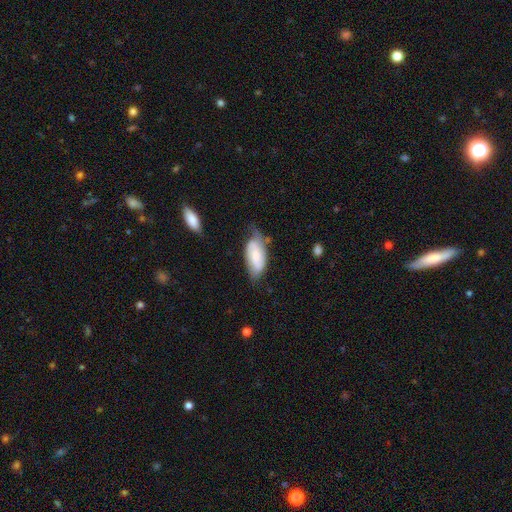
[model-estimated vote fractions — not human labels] Smooth or featured?
  - smooth: 59% *
  - featured or disk: 34%
  - star or artifact: 6%
How rounded?
  - in between: 91% *
  - cigar-shaped: 7%
  - round: 2%
Merging?
  - none: 45% *
  - minor disturbance: 38%
  - major disturbance: 13%
  - merger: 4%